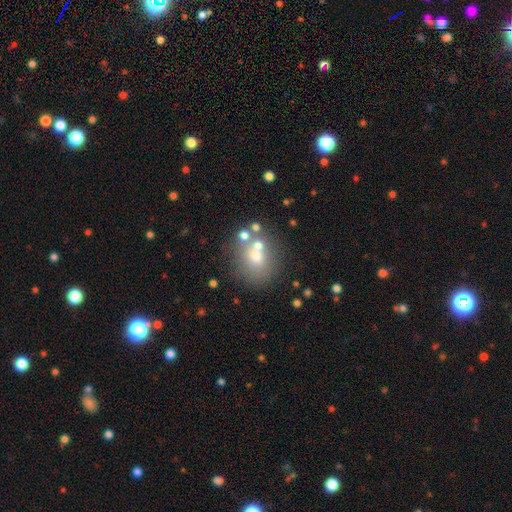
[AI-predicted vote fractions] A smooth galaxy with no disk features (62%) that is round (69%). Merging: none (60%).